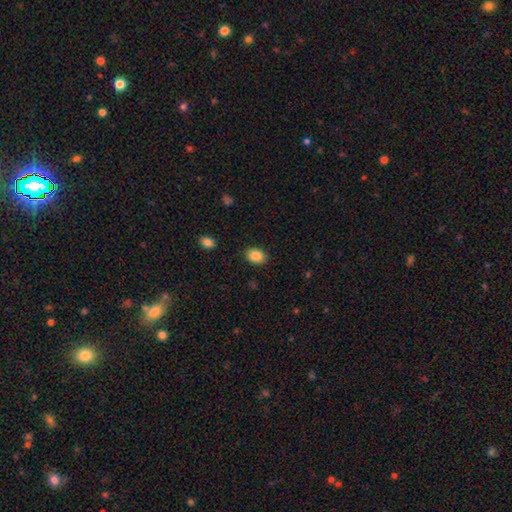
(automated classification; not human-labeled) A smooth galaxy with no disk features (86%) that is in between round and cigar-shaped (69%). Merging: none (88%).